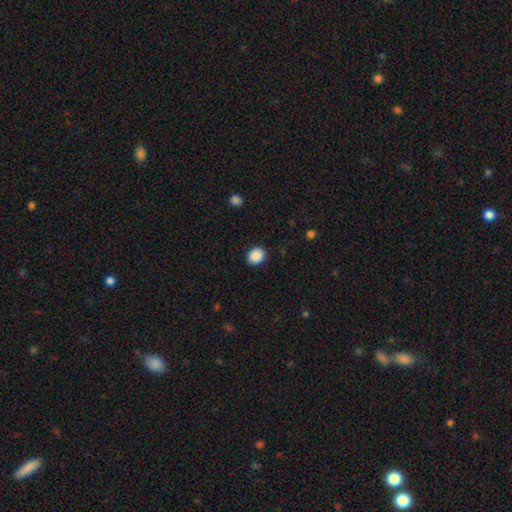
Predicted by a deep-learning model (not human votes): The model was most divided on "how rounded": round: 58%, in between: 41%, cigar-shaped: 1%. More confident: merging — none (90%); smooth or featured — smooth (89%).